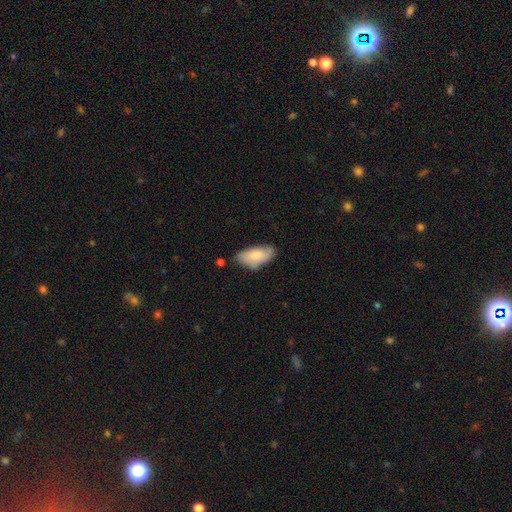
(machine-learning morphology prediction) Overall: smooth (77%). How rounded: in between (92%). Merging: none (55%; minor disturbance 33%).